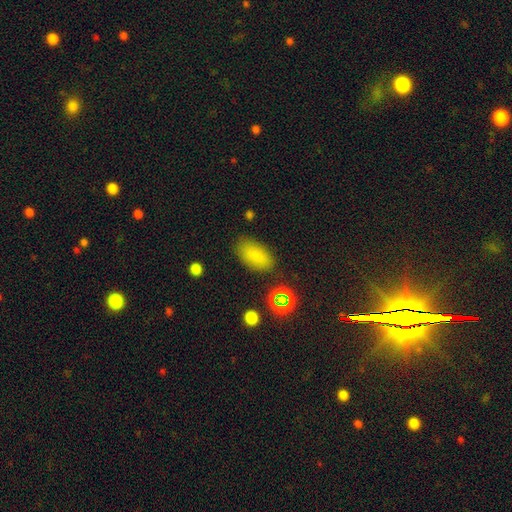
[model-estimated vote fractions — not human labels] Overall: smooth (81%). How rounded: in between (91%). Merging: none (80%).